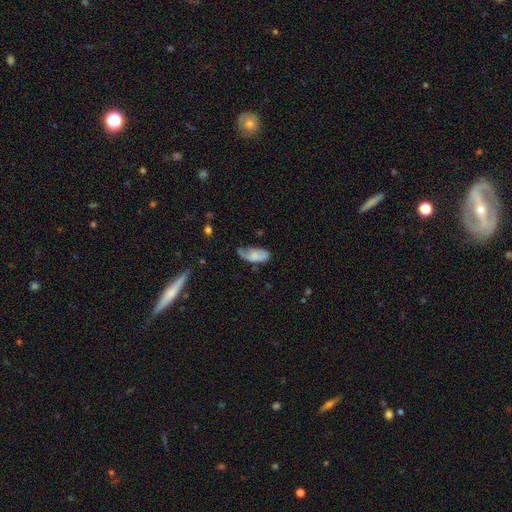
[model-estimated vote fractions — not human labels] This appears to be a smooth galaxy with no disk features (66%) that is in between round and cigar-shaped (90%). Merging: minor disturbance (36%).